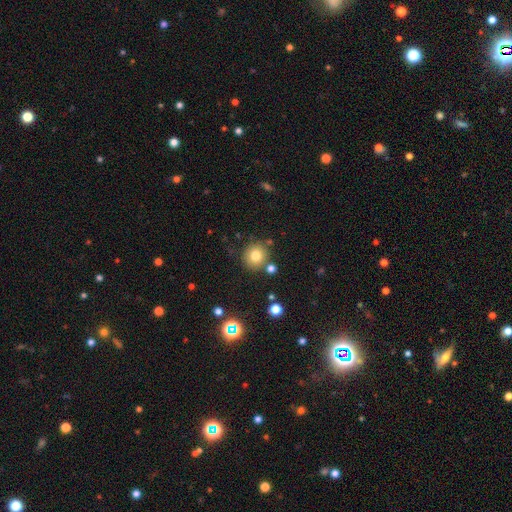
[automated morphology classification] A smooth galaxy with no disk features (77%) that is round (90%).

Vote fractions:
- Smooth or featured? smooth: 77% / star or artifact: 13% / featured or disk: 10%
- How rounded? round: 90% / in between: 9% / cigar-shaped: 1%
- Merging? none: 81% / minor disturbance: 9% / merger: 7% / major disturbance: 3%